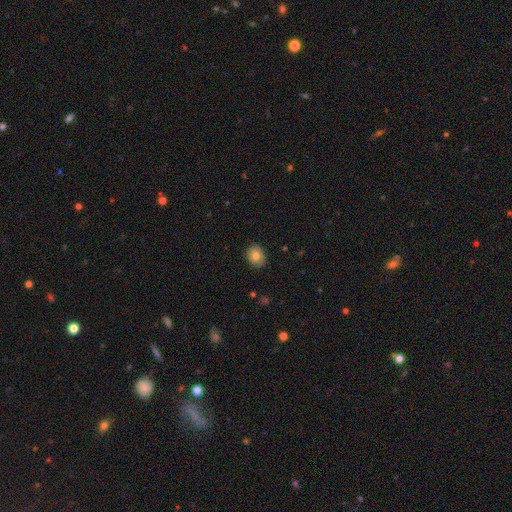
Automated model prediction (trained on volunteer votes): This is likely a smooth galaxy (80%). How rounded: likely round (62%). Merging: clearly none (89%).